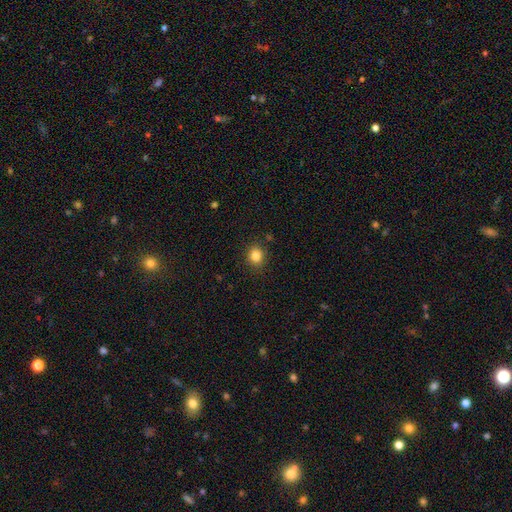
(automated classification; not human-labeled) smooth 84%, star or artifact 11%, featured or disk 5%. Down the decision tree: how rounded — round (73%); merging — none (88%).